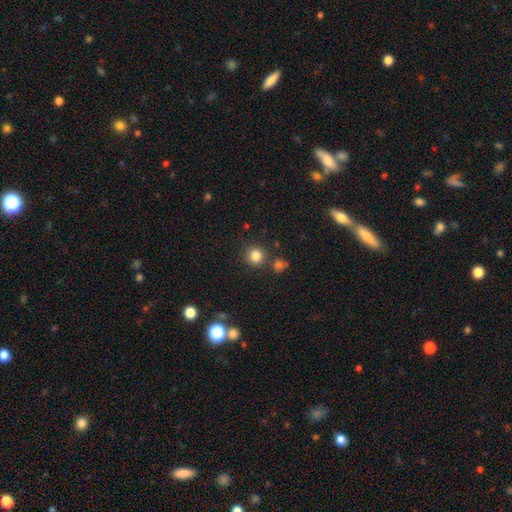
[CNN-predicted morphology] Smooth or featured?
  - smooth: 83% *
  - star or artifact: 12%
  - featured or disk: 5%
How rounded?
  - round: 91% *
  - in between: 8%
  - cigar-shaped: 1%
Merging?
  - none: 81% *
  - minor disturbance: 8%
  - merger: 8%
  - major disturbance: 3%